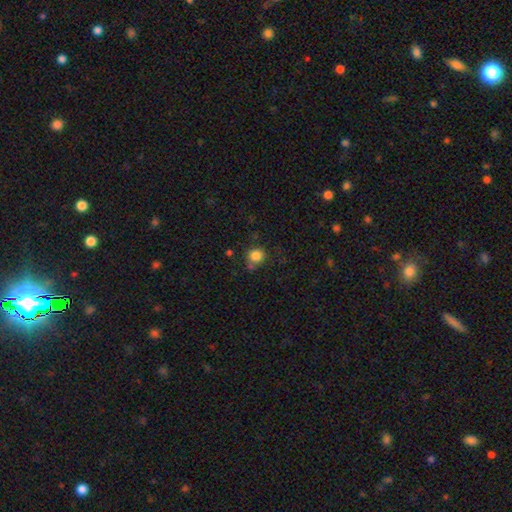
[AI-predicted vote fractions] smooth-or-featured: smooth: 84% | star or artifact: 11% | featured or disk: 5%
  how-rounded: round: 82% | in between: 17% | cigar-shaped: 1%
  merging: none: 66% | minor disturbance: 20% | merger: 8% | major disturbance: 6%